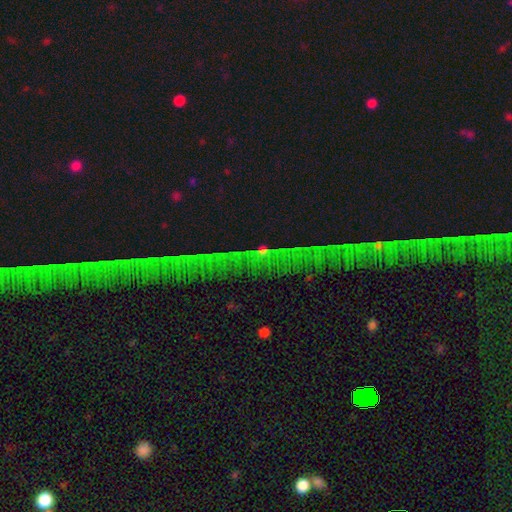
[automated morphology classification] Smooth or featured? star or artifact (84%)